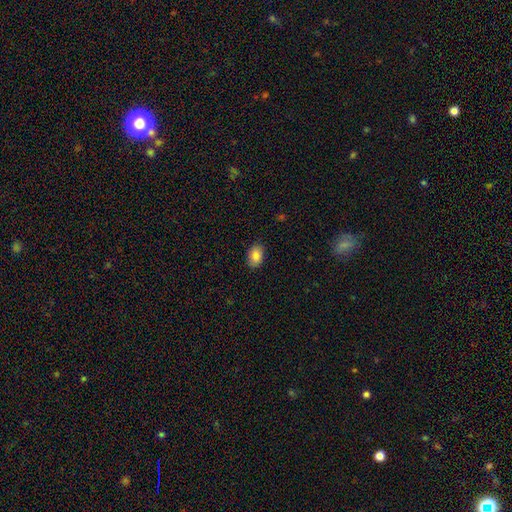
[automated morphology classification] Smooth or featured? Predicted: smooth (p=0.86). How rounded? Predicted: in between (p=0.86). Merging? Predicted: none (p=0.88).